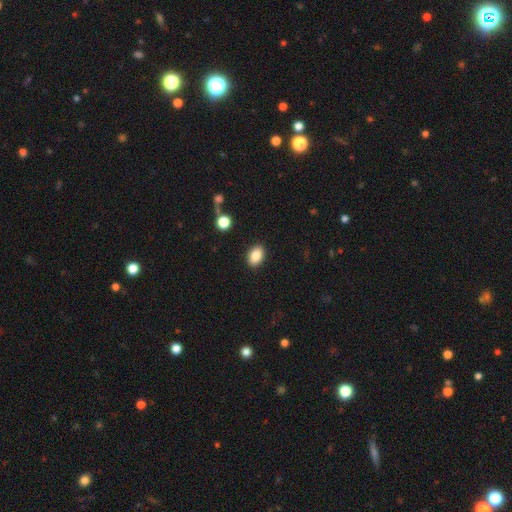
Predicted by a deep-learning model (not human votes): Smooth or featured? Predicted: smooth (p=0.85). How rounded? Predicted: in between (p=0.84). Merging? Predicted: none (p=0.89).